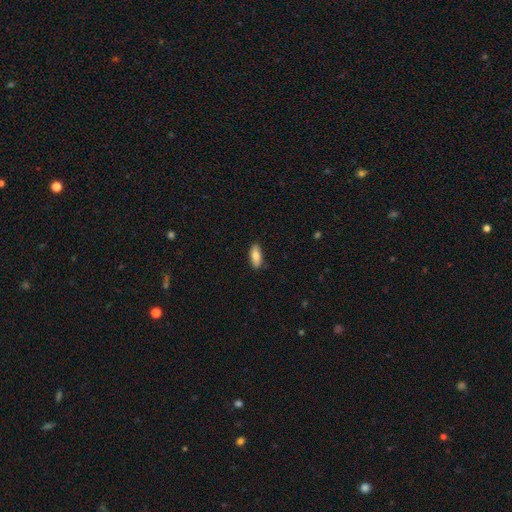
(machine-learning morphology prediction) This appears to be a smooth galaxy with no disk features (83%) that is in between round and cigar-shaped (80%). Merging: none (87%).